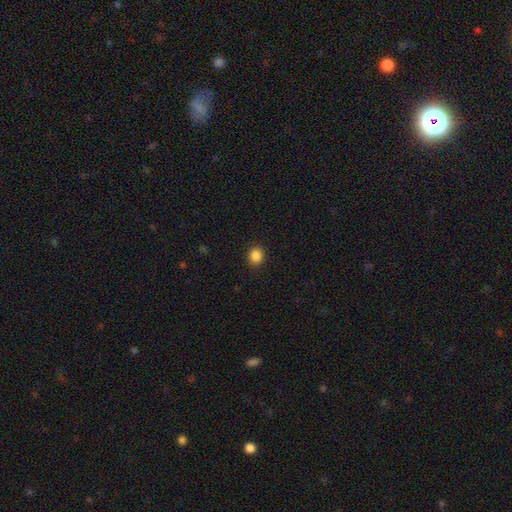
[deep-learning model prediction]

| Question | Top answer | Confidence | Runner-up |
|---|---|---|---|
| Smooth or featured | smooth | 87% | star or artifact (10%) |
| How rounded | round | 80% | in between (19%) |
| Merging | none | 91% | minor disturbance (6%) |